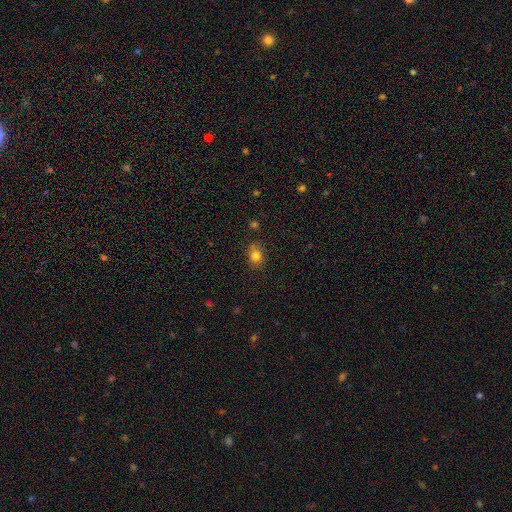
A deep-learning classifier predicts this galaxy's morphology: A smooth galaxy with no disk features (80%) that is round (56%). Merging: none (73%).